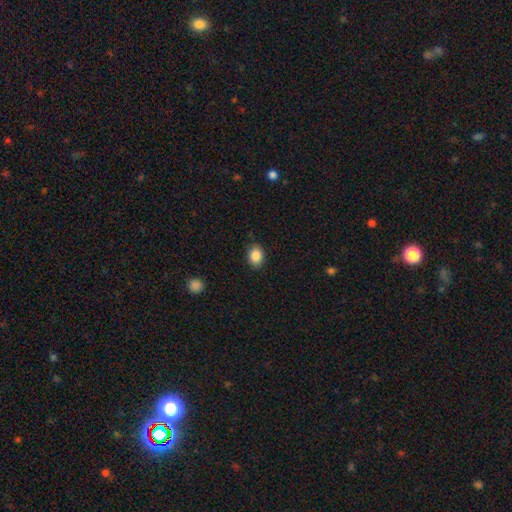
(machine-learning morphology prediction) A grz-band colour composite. It shows a smooth galaxy with no disk features (87%) that is in between round and cigar-shaped (54%). Merging: none (87%).